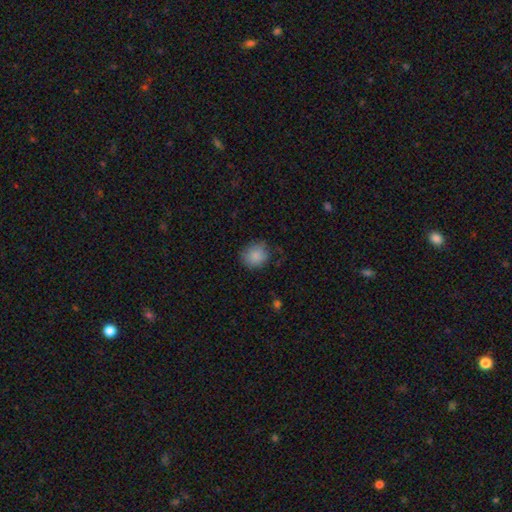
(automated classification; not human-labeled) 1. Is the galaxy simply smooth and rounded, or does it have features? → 86% smooth, 8% star or artifact, 6% featured or disk.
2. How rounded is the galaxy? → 79% round, 20% in between, 1% cigar-shaped.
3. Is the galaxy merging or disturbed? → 74% none, 19% minor disturbance, 5% major disturbance, 1% merger.